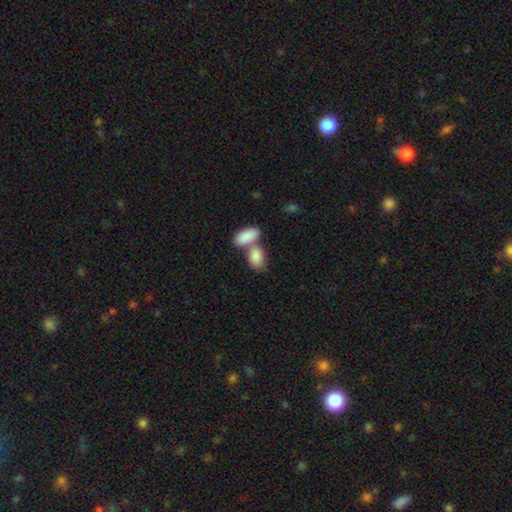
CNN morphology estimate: Smooth or featured?
  - smooth: 86% *
  - featured or disk: 8%
  - star or artifact: 6%
How rounded?
  - in between: 90% *
  - round: 7%
  - cigar-shaped: 3%
Merging?
  - merger: 58% *
  - none: 29%
  - minor disturbance: 9%
  - major disturbance: 4%